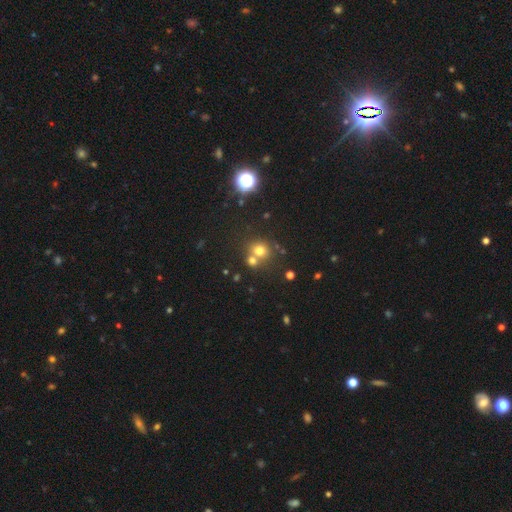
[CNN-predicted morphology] Q: Smooth or featured?
A: smooth (64%); runner-up: star or artifact (25%)
Q: How rounded?
A: round (86%); runner-up: in between (13%)
Q: Merging?
A: none (56%); runner-up: merger (33%)